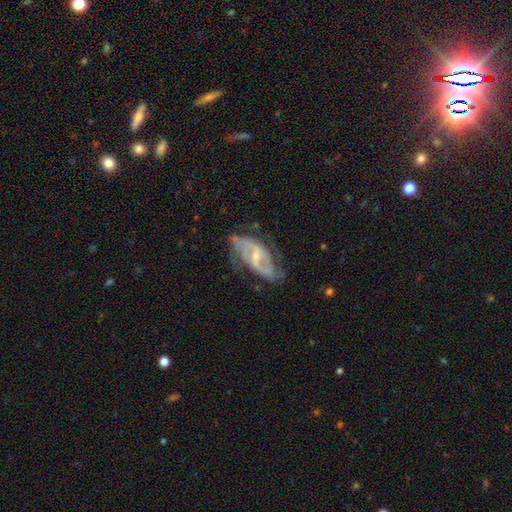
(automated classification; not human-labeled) This is clearly a featured or disk galaxy (84%). It is clearly not viewed edge-on (94%). Bar: possibly weak (52%). Spiral arm pattern: clearly yes (92%). Spiral arm count: likely 2 (74%). Spiral winding: possibly medium (49%). Central bulge: possibly small (59%). Merging: likely none (61%).